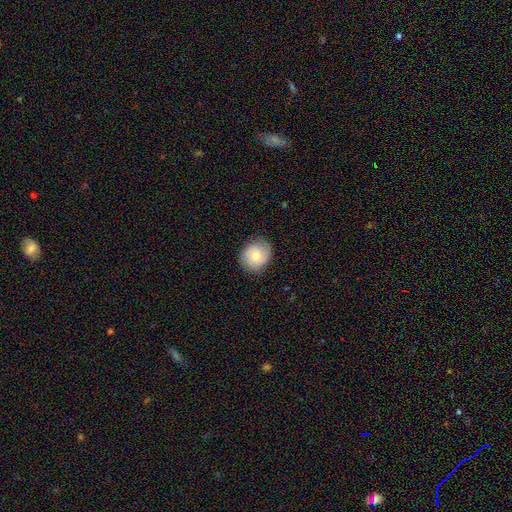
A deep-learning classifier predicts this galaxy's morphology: This appears to be a smooth galaxy with no disk features (59%) that is round (76%). Merging: none (81%).